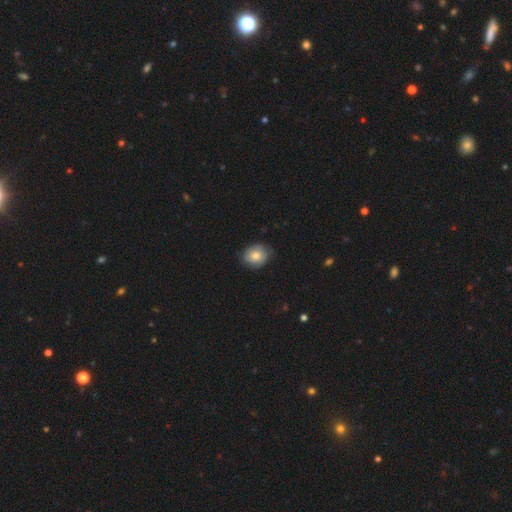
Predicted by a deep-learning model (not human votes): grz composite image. It shows a smooth galaxy with no disk features (71%) that is round (66%). Merging: none (76%).